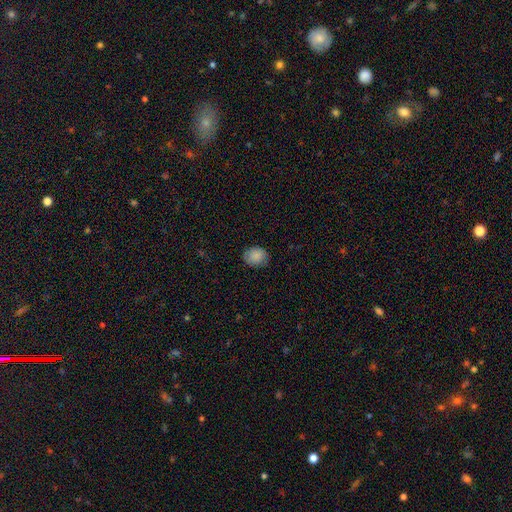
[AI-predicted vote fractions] A smooth galaxy with no disk features (86%) that is round (55%). Merging: none (80%).